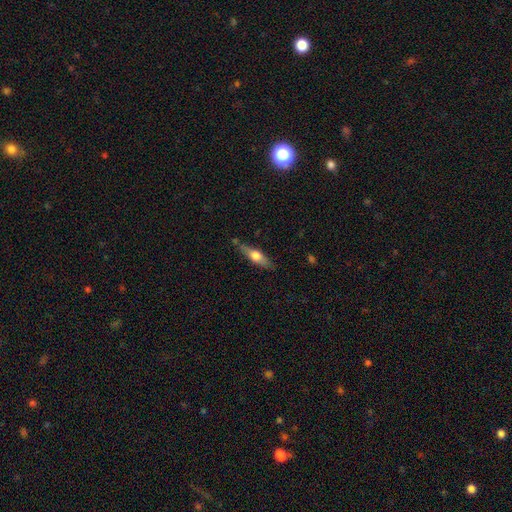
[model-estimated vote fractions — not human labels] Q: Smooth or featured?
A: smooth (49%); runner-up: featured or disk (45%)
Q: Merging?
A: none (76%); runner-up: minor disturbance (16%)